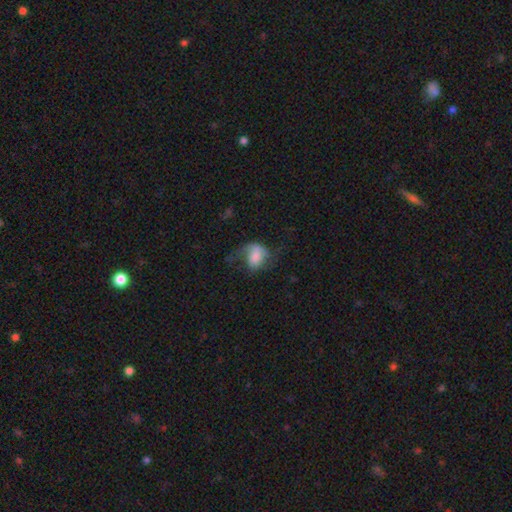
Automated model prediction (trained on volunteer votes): smooth-or-featured: smooth: 54% | featured or disk: 37% | star or artifact: 9%
  how-rounded: in between: 70% | round: 29% | cigar-shaped: 2%
  merging: major disturbance: 41% | none: 33% | minor disturbance: 23% | merger: 2%